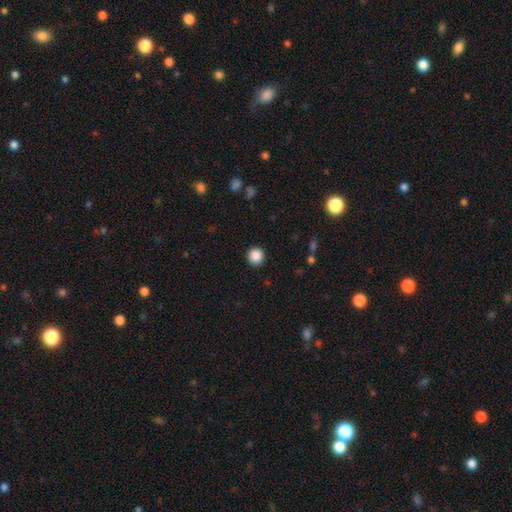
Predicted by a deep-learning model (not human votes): Smooth or featured?
  - smooth: 88% *
  - star or artifact: 10%
  - featured or disk: 3%
How rounded?
  - round: 94% *
  - in between: 5%
  - cigar-shaped: 1%
Merging?
  - none: 93% *
  - minor disturbance: 5%
  - major disturbance: 2%
  - merger: 1%